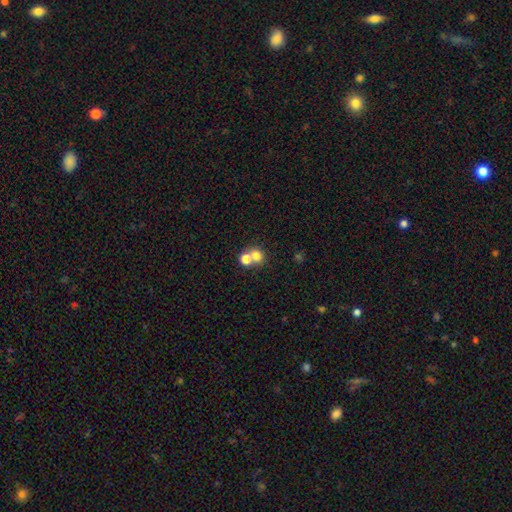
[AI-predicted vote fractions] Smooth or featured? Predicted: smooth (p=0.75). How rounded? Predicted: round (p=0.77). Merging? Predicted: merger (p=0.51).